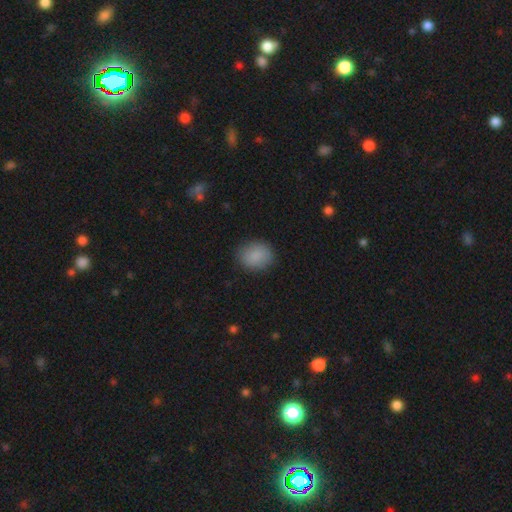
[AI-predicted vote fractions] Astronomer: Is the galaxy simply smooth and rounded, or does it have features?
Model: smooth — 87%.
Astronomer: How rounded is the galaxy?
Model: round — 57% (runner-up: in between, 42%).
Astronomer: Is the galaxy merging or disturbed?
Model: none — 85%.